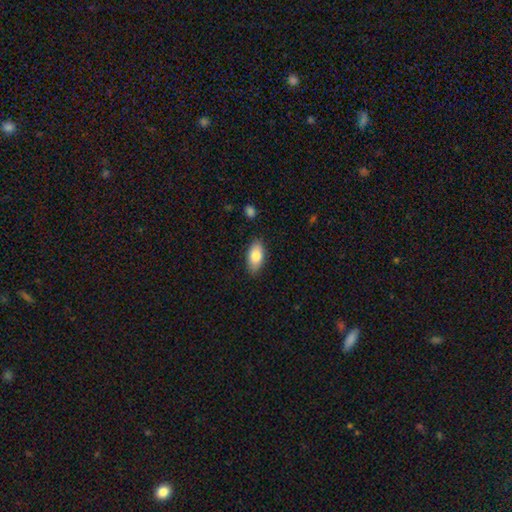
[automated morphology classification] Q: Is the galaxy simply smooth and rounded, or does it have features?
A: smooth — 80%.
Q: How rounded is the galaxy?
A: in between — 91%.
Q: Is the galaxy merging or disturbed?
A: none — 85%.